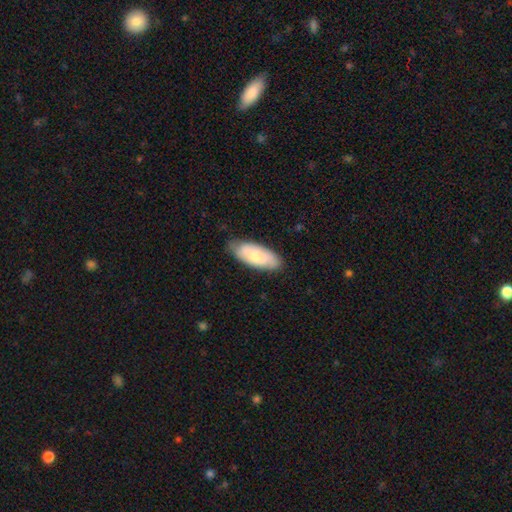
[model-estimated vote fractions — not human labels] Q: Smooth or featured?
A: smooth (63%); runner-up: featured or disk (31%)
Q: How rounded?
A: in between (82%); runner-up: cigar-shaped (16%)
Q: Merging?
A: none (75%); runner-up: minor disturbance (21%)